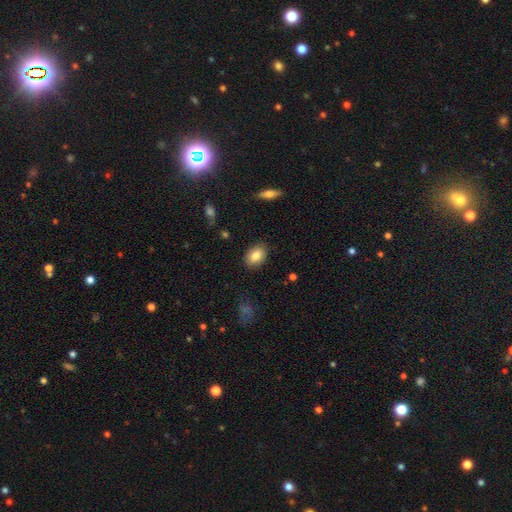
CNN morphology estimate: This appears to be a smooth galaxy with no disk features (83%) that is in between round and cigar-shaped (80%). Merging: none (87%).